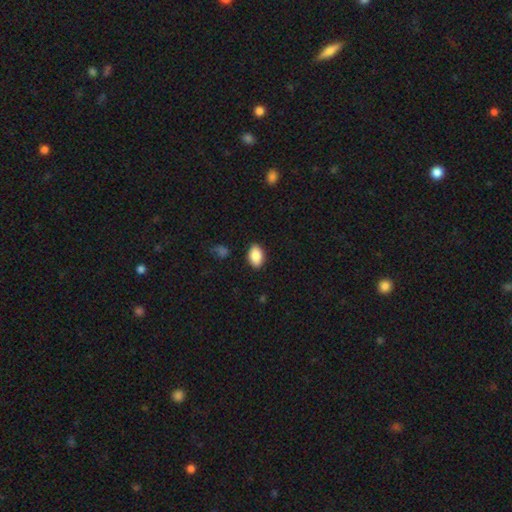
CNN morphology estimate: A smooth galaxy with no disk features (87%) that is in between round and cigar-shaped (89%).

Vote fractions:
- Smooth or featured? smooth: 87% / star or artifact: 7% / featured or disk: 6%
- How rounded? in between: 89% / round: 10% / cigar-shaped: 1%
- Merging? none: 87% / minor disturbance: 9% / major disturbance: 2% / merger: 1%